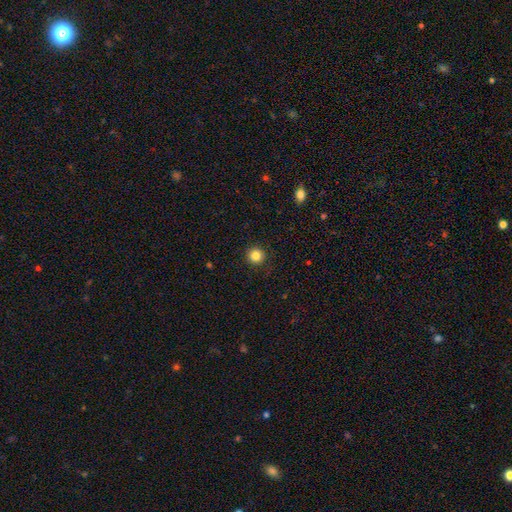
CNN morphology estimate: A smooth galaxy with no disk features (85%) that is round (95%). Merging: none (92%).